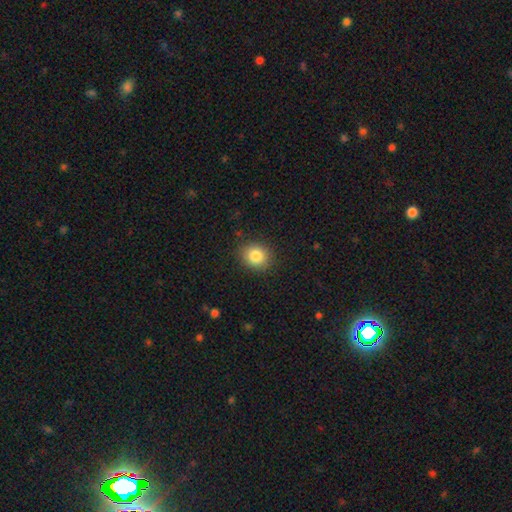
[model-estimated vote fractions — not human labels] Overall: smooth (84%). How rounded: round (74%). Merging: none (88%).